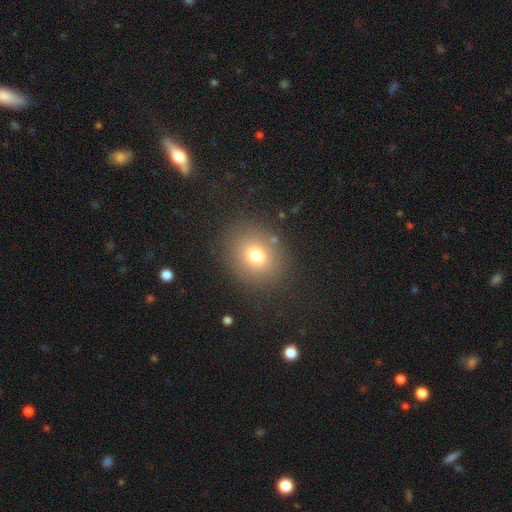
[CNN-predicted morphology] A smooth galaxy with no disk features (75%) that is round (68%). Merging: none (85%).